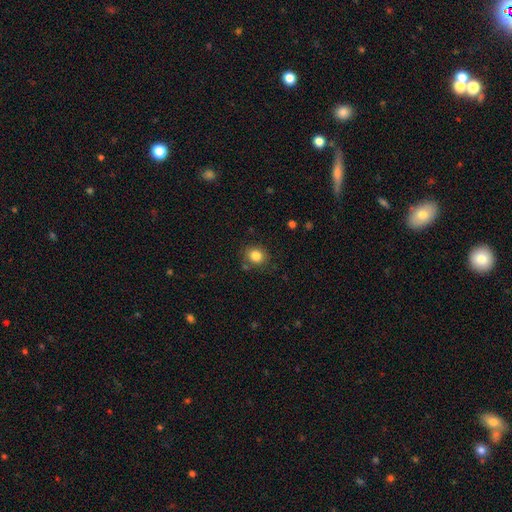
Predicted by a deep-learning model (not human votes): A smooth galaxy with no disk features (84%) that is round (70%). Merging: none (82%).